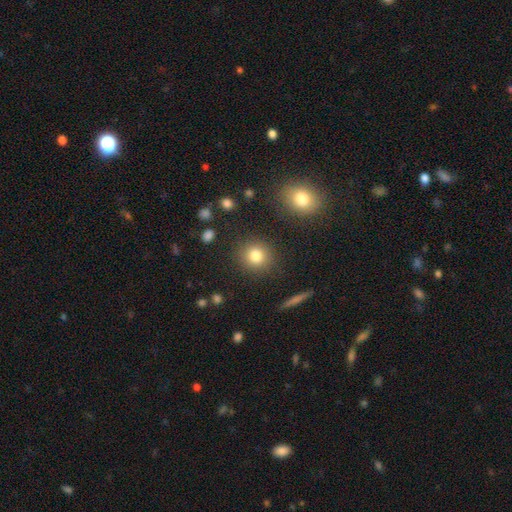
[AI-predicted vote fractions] A smooth galaxy with no disk features (81%) that is round (88%).

Vote fractions:
- Smooth or featured? smooth: 81% / star or artifact: 12% / featured or disk: 7%
- How rounded? round: 88% / in between: 10% / cigar-shaped: 1%
- Merging? none: 87% / minor disturbance: 7% / major disturbance: 3% / merger: 3%